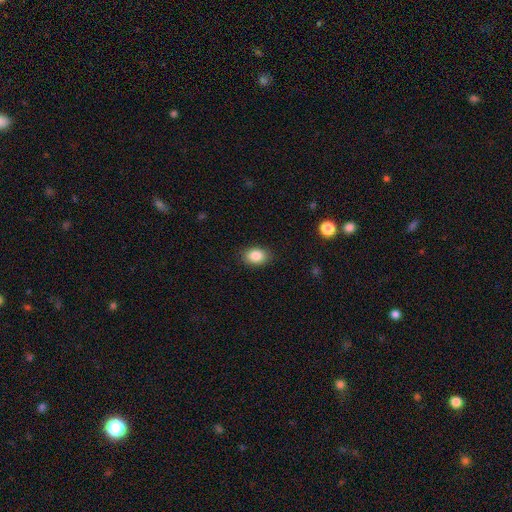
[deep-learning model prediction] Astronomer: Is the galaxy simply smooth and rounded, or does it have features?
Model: smooth — 86%.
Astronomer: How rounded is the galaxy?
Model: in between — 79%.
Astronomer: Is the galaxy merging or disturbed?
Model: none — 87%.